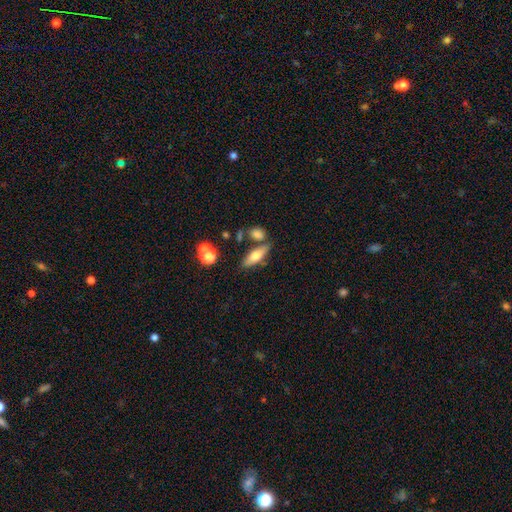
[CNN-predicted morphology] A smooth galaxy with no disk features (56%) that is cigar-shaped (48%, tied with in between).

Vote fractions:
- Smooth or featured? smooth: 56% / featured or disk: 36% / star or artifact: 8%
- How rounded? cigar-shaped: 48% (tied) / in between: 48% (tied) / round: 4%
- Merging? none: 69% / merger: 14% / minor disturbance: 13% / major disturbance: 4%